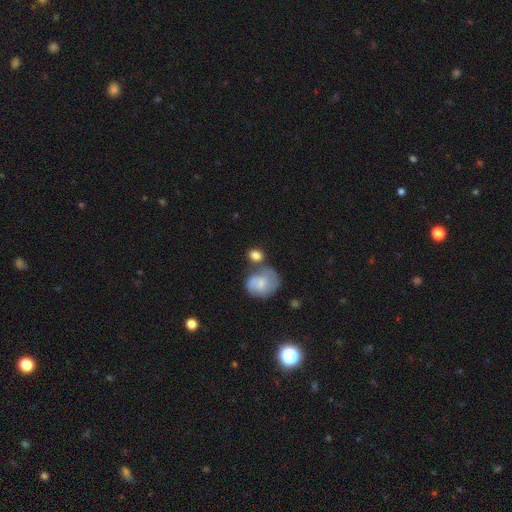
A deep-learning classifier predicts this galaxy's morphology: Smooth or featured? smooth (76%)
How rounded? round (52%)
Merging? none (48%)